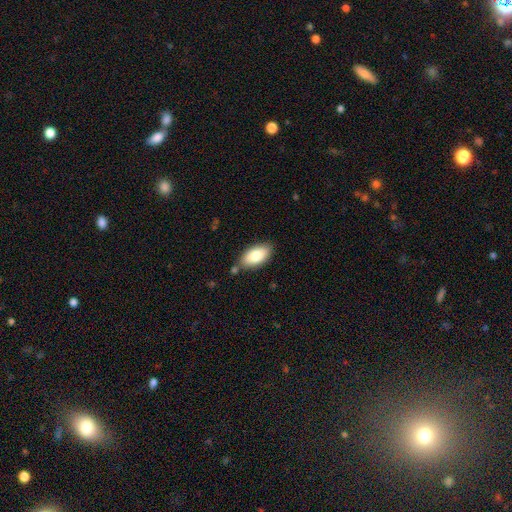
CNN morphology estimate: Smooth or featured? Predicted: smooth (p=0.81). How rounded? Predicted: in between (p=0.93). Merging? Predicted: none (p=0.79).